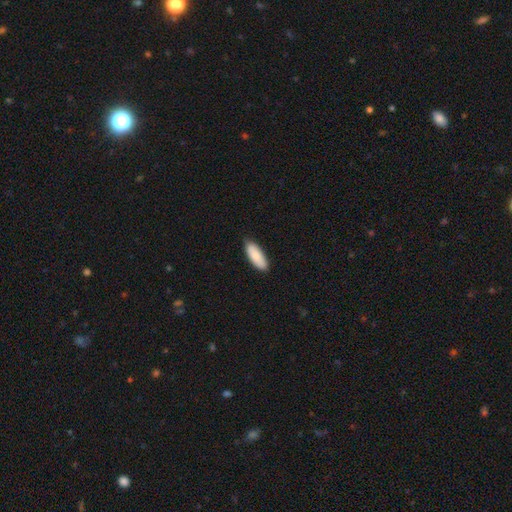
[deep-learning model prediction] smooth_or_featured: smooth (p=0.88) [alt: featured or disk p=0.07]
how_rounded: in between (p=0.74) [alt: cigar-shaped p=0.24]
merging: none (p=0.85) [alt: minor disturbance p=0.13]